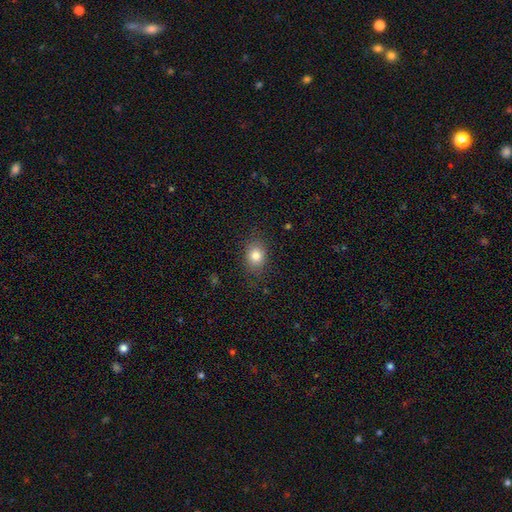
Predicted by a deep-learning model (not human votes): Smooth or featured?
  - smooth: 82% *
  - star or artifact: 10%
  - featured or disk: 8%
How rounded?
  - in between: 56% *
  - round: 43%
  - cigar-shaped: 1%
Merging?
  - none: 81% *
  - minor disturbance: 13%
  - major disturbance: 4%
  - merger: 1%